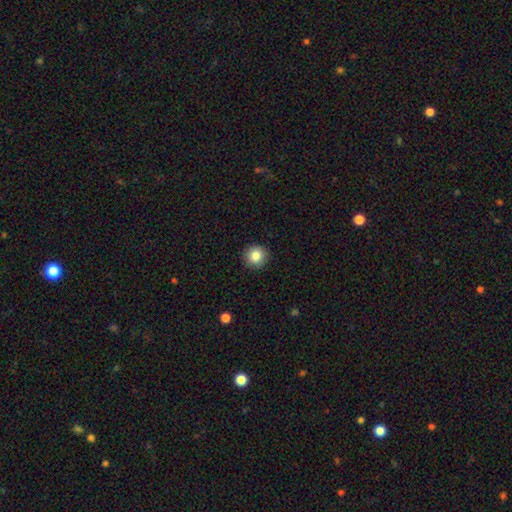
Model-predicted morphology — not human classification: smooth 85%, star or artifact 9%, featured or disk 6%. Down the decision tree: how rounded — round (93%); merging — none (92%).